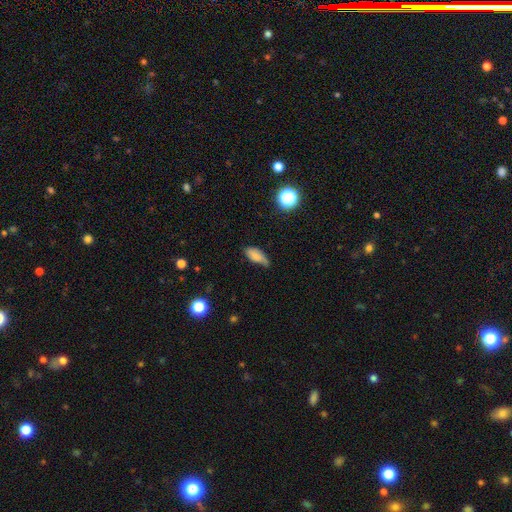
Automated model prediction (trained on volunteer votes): Smooth or featured? smooth (77%)
How rounded? in between (82%)
Merging? none (46%)